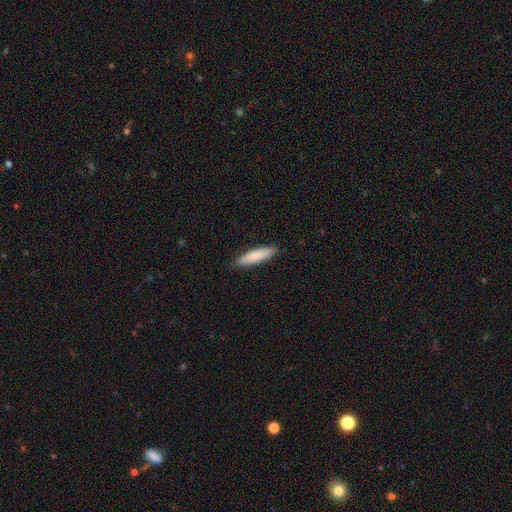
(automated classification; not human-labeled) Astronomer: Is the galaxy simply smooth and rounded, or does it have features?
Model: smooth — 82%.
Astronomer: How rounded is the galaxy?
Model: cigar-shaped — 81%.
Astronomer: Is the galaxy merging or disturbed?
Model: none — 89%.